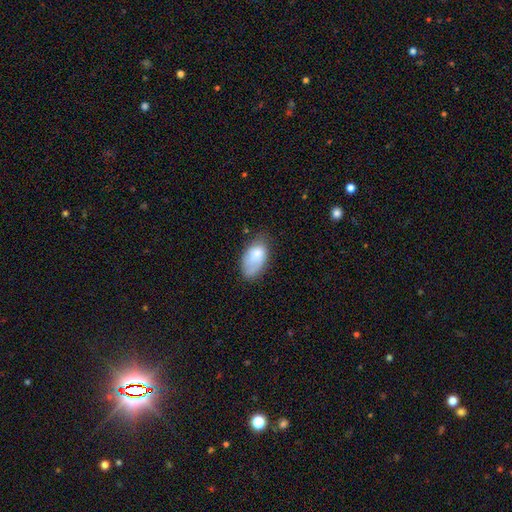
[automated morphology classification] A smooth galaxy with no disk features (78%) that is in between round and cigar-shaped (94%). Merging: none (56%).